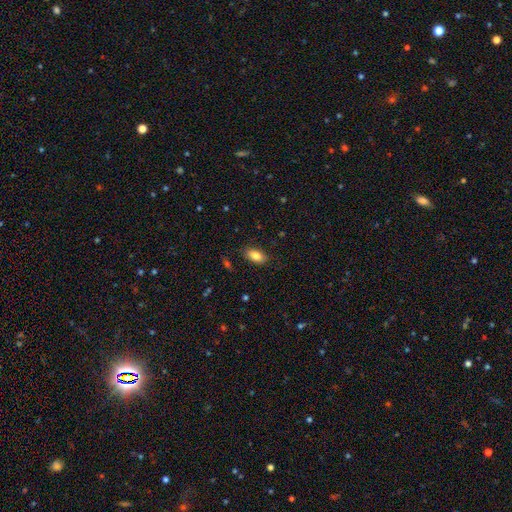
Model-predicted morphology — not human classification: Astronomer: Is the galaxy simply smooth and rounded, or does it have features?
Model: smooth — 84%.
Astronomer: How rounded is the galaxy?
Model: in between — 91%.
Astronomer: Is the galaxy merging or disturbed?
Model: none — 85%.